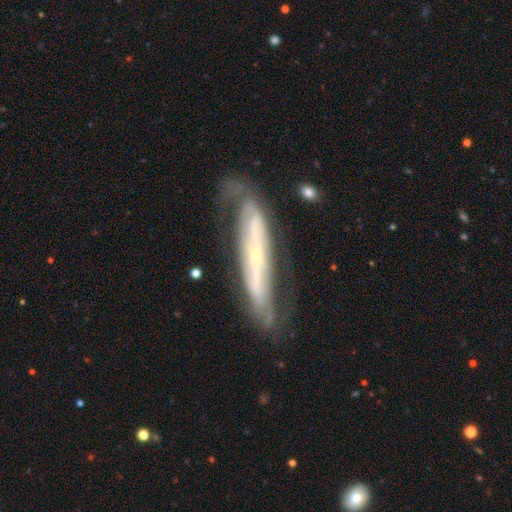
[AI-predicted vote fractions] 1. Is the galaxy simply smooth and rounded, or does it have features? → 79% featured or disk, 15% smooth, 6% star or artifact.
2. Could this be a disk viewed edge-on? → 60% no, 40% yes.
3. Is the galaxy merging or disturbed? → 58% none, 22% minor disturbance, 17% major disturbance, 3% merger.